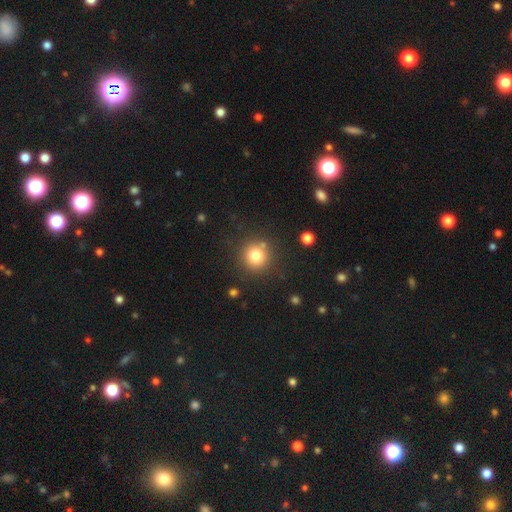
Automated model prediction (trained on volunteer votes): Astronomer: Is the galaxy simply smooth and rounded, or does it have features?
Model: smooth — 80%.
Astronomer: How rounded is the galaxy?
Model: round — 93%.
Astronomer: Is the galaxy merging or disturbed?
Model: none — 83%.